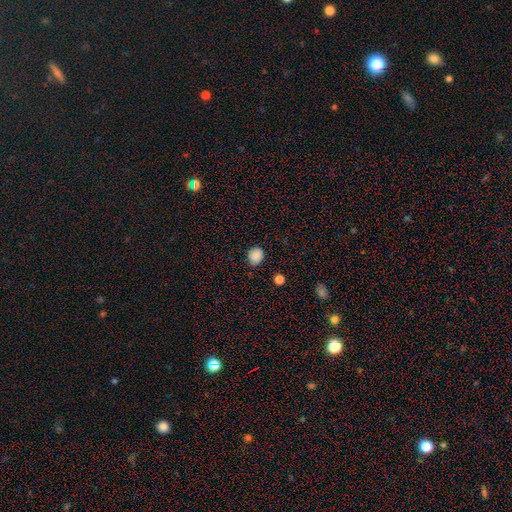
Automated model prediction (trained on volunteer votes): smooth 87%, star or artifact 10%, featured or disk 3%. Down the decision tree: how rounded — round (69%); merging — none (83%).